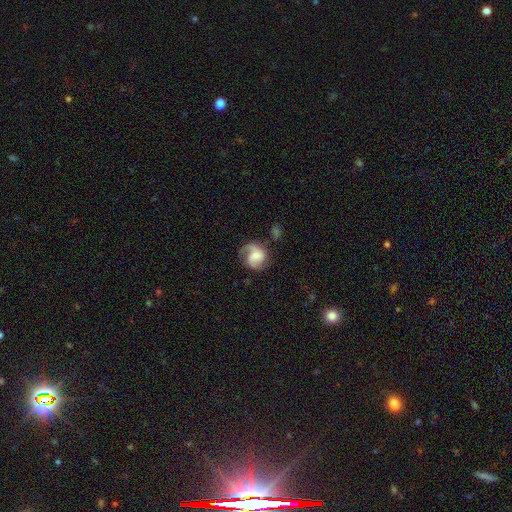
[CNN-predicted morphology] type=featured or disk (67%); edge-on=no (98%); bar=no (51%); spiral arms=yes (92%); winding=medium (44%); arm count=2 (52%); bulge=small (32%); merging=none (54%).